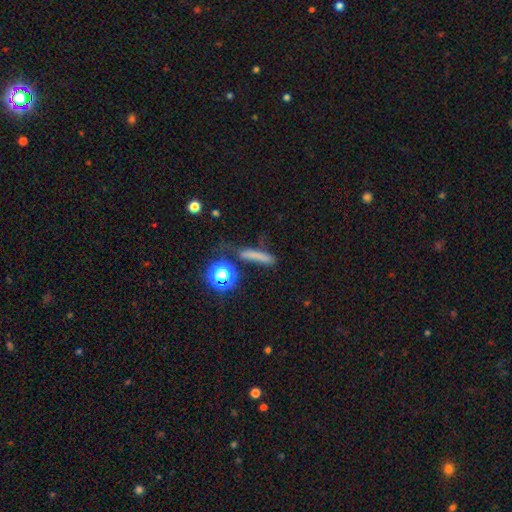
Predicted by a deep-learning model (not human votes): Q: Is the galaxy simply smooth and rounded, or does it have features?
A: smooth — 68%.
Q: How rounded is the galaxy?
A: cigar-shaped — 79%.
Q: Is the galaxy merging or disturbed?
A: none — 63%.